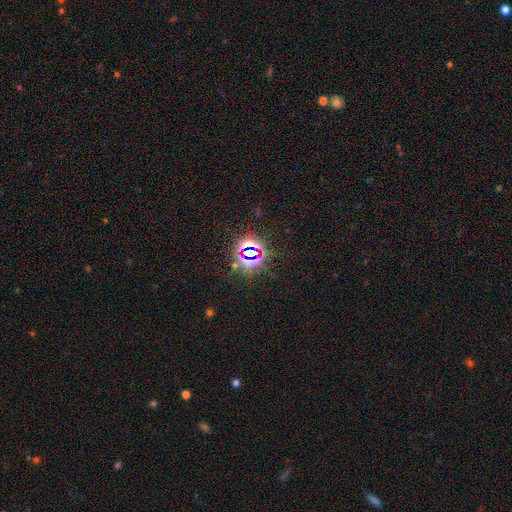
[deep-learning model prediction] smooth-or-featured: star or artifact: 79% | smooth: 13% | featured or disk: 8%